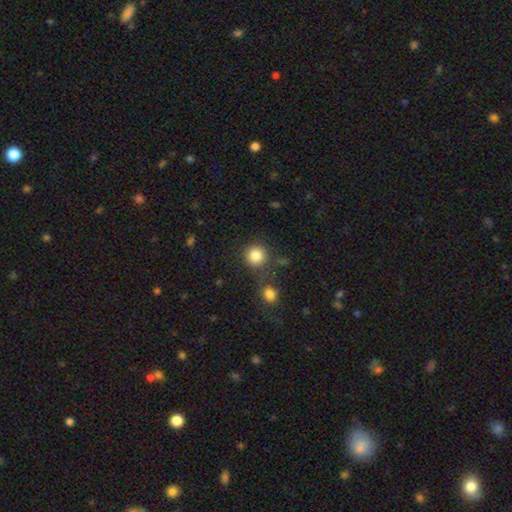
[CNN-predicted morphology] Q: Smooth or featured?
A: smooth (85%); runner-up: star or artifact (10%)
Q: How rounded?
A: round (93%); runner-up: in between (6%)
Q: Merging?
A: none (76%); runner-up: merger (11%)